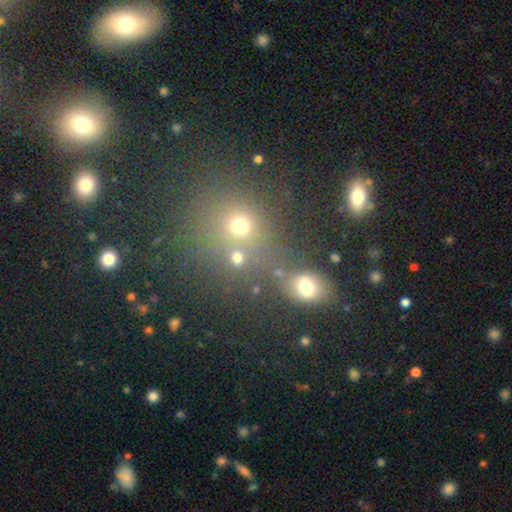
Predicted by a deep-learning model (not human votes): Q: Smooth or featured?
A: smooth (51%); runner-up: star or artifact (39%)
Q: How rounded?
A: round (85%); runner-up: in between (13%)
Q: Merging?
A: none (63%); runner-up: merger (22%)